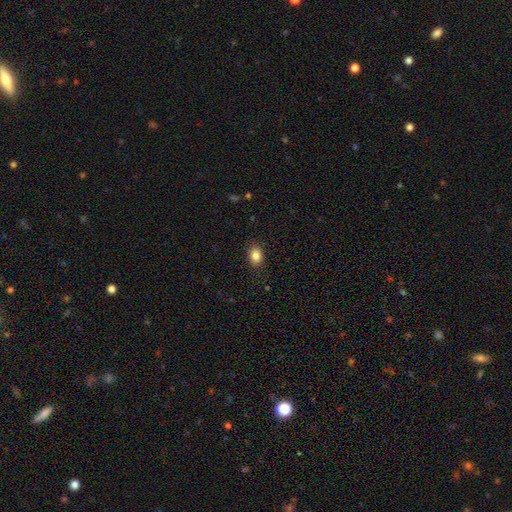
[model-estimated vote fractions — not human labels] This is clearly a smooth galaxy (84%). How rounded: likely in between (64%). Merging: clearly none (88%).